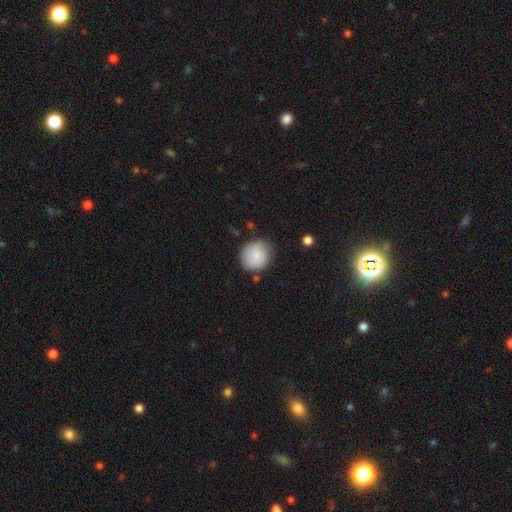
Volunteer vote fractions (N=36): This is clearly a smooth galaxy (81%). How rounded: clearly round (90%). Merging: likely none (67%).